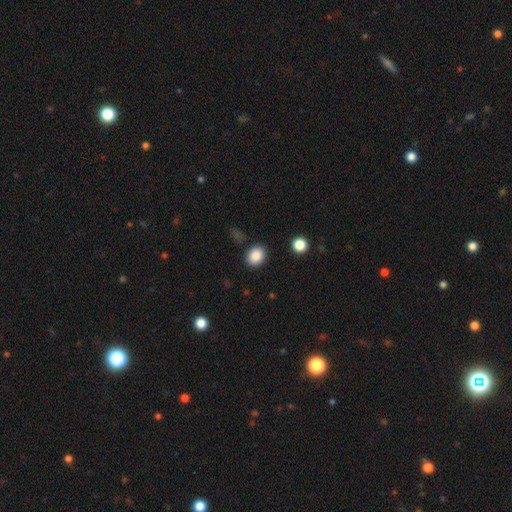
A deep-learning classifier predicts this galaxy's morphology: Smooth or featured? smooth (87%)
How rounded? round (56%)
Merging? none (86%)